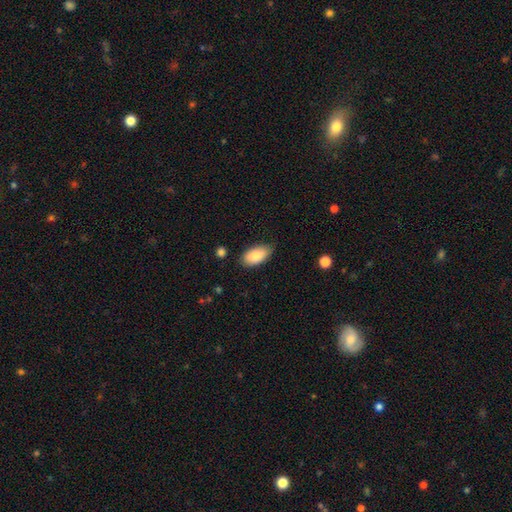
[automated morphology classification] smooth_or_featured: smooth (p=0.83) [alt: featured or disk p=0.10]
how_rounded: in between (p=0.94) [alt: round p=0.03]
merging: none (p=0.78) [alt: minor disturbance p=0.18]